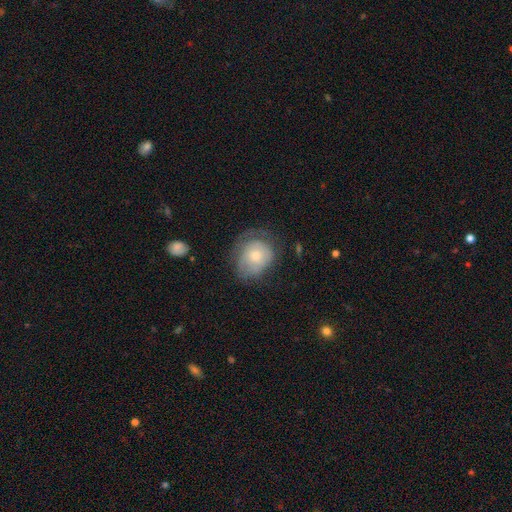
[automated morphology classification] Q: Smooth or featured?
A: smooth (55%); runner-up: featured or disk (37%)
Q: How rounded?
A: round (66%); runner-up: in between (33%)
Q: Merging?
A: none (46%); runner-up: minor disturbance (31%)